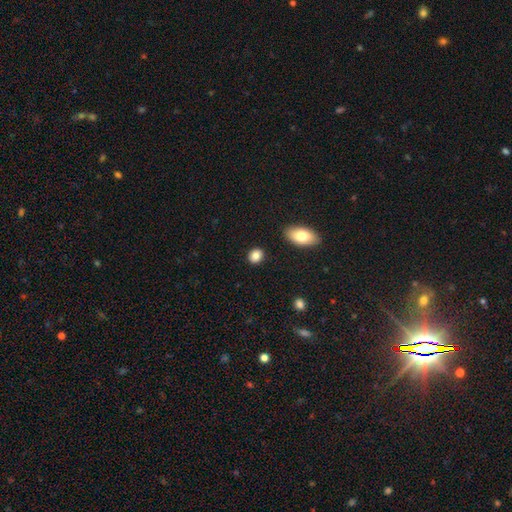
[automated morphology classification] This appears to be a smooth galaxy with no disk features (86%) that is round (51%). Merging: none (88%).